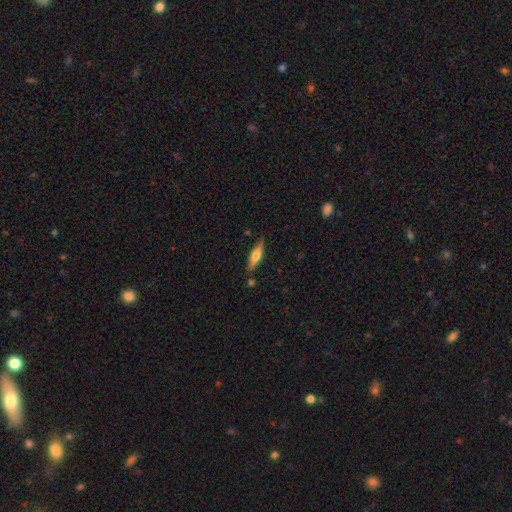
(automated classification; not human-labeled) Smooth or featured? Predicted: smooth (p=0.49). Merging? Predicted: none (p=0.80).